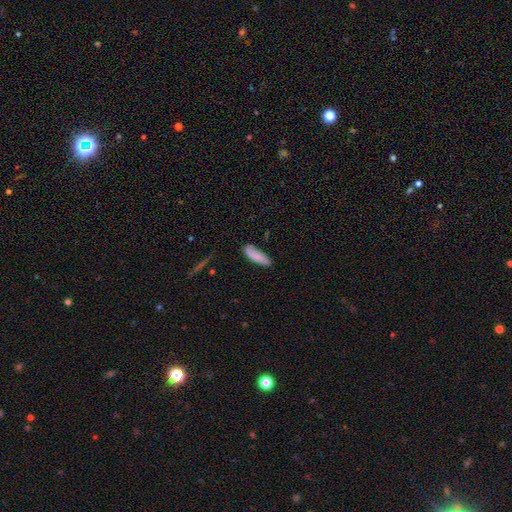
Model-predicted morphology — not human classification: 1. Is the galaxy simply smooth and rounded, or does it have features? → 81% smooth, 13% featured or disk, 7% star or artifact.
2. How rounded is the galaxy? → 51% in between, 48% cigar-shaped, 2% round.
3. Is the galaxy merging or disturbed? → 72% none, 21% minor disturbance, 4% major disturbance, 3% merger.